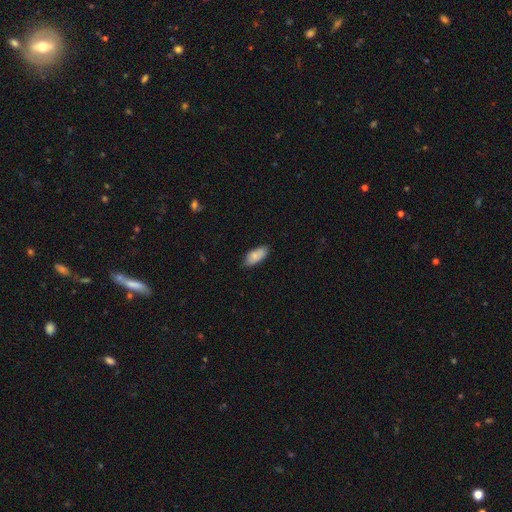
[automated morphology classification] Overall: smooth (82%). How rounded: in between (91%). Merging: none (81%).